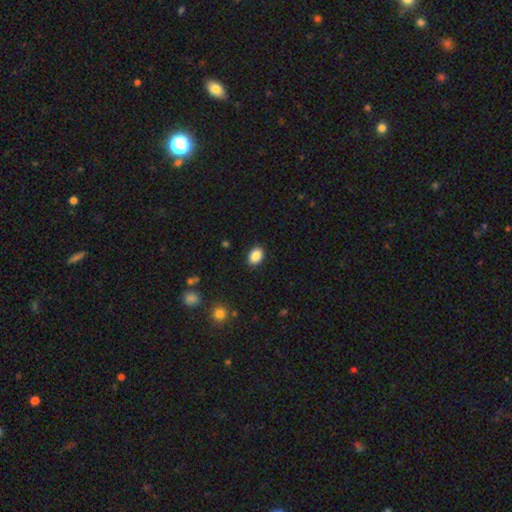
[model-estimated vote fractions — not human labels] A smooth galaxy with no disk features (88%) that is in between round and cigar-shaped (78%).

Vote fractions:
- Smooth or featured? smooth: 88% / star or artifact: 8% / featured or disk: 4%
- How rounded? in between: 78% / round: 21% / cigar-shaped: 1%
- Merging? none: 90% / minor disturbance: 7% / major disturbance: 2% / merger: 1%